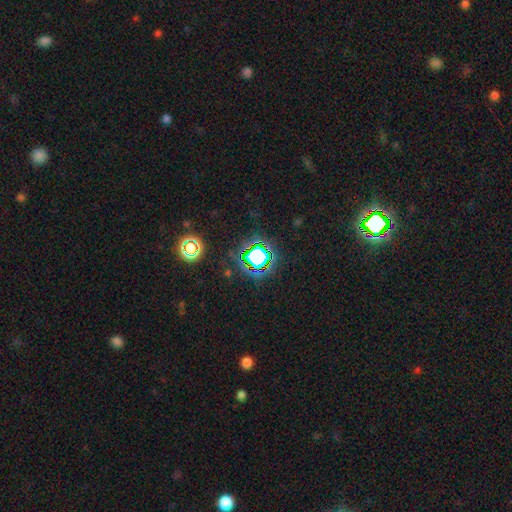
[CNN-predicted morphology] smooth_or_featured: star or artifact (p=0.64) [alt: smooth p=0.24]